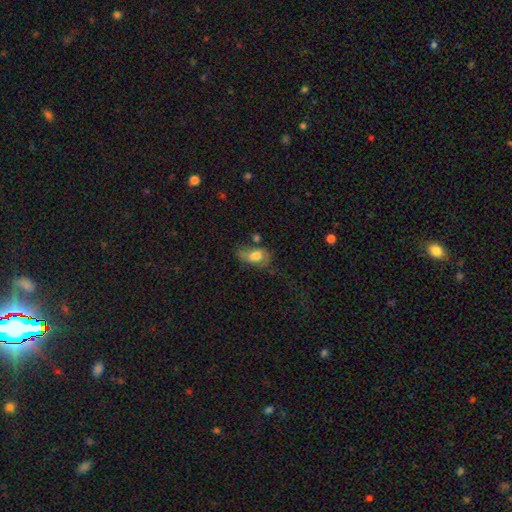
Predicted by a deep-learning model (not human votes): This is likely a smooth galaxy (64%). How rounded: clearly in between (86%). Merging: marginally none (33%).